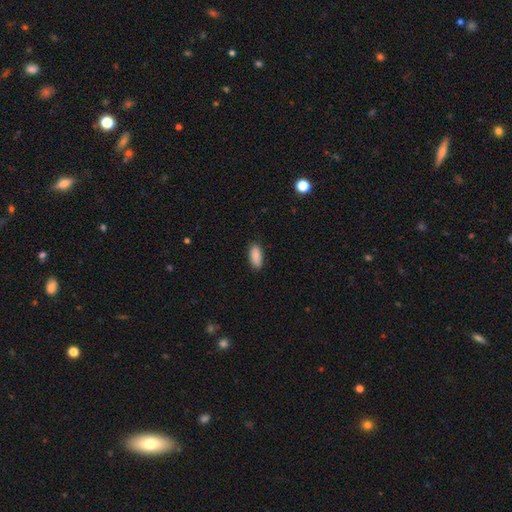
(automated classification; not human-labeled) This appears to be a smooth galaxy with no disk features (89%) that is in between round and cigar-shaped (87%). Merging: none (86%).